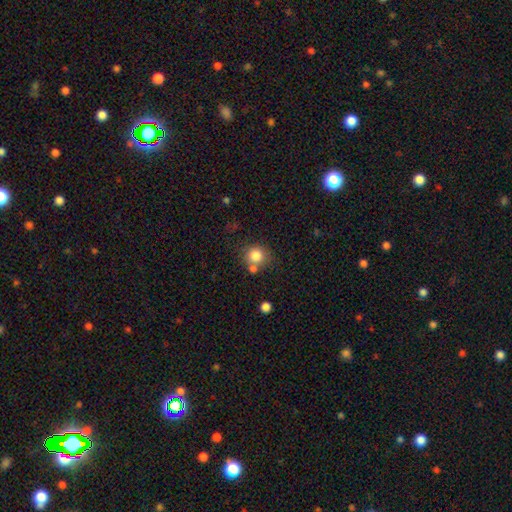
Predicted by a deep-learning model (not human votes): This is clearly a smooth galaxy (82%). How rounded: clearly round (88%). Merging: likely none (64%).